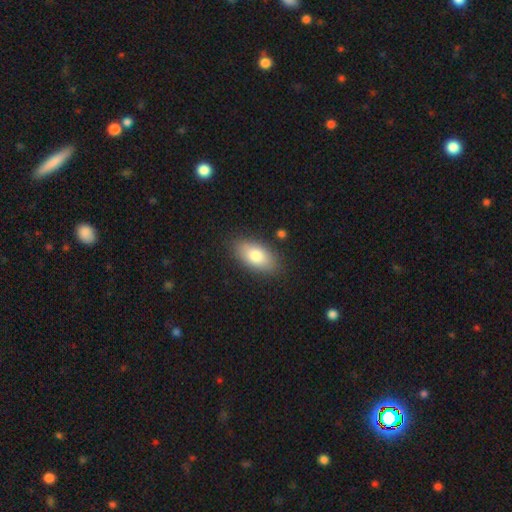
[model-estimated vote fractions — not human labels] This is likely a smooth galaxy (80%). How rounded: clearly in between (92%). Merging: clearly none (85%).